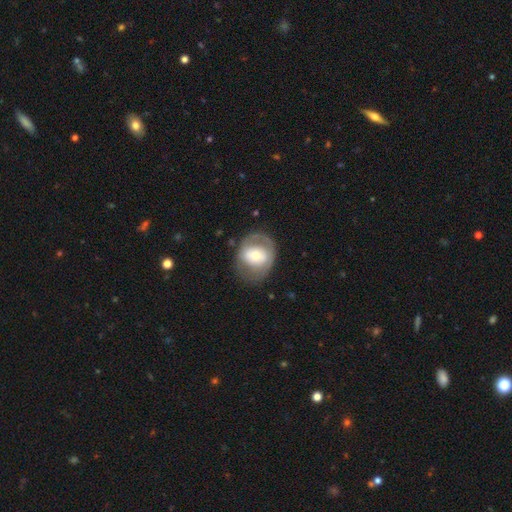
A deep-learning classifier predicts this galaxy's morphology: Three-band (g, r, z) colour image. It shows a featured or disk galaxy (51%). Merging: none (66%).